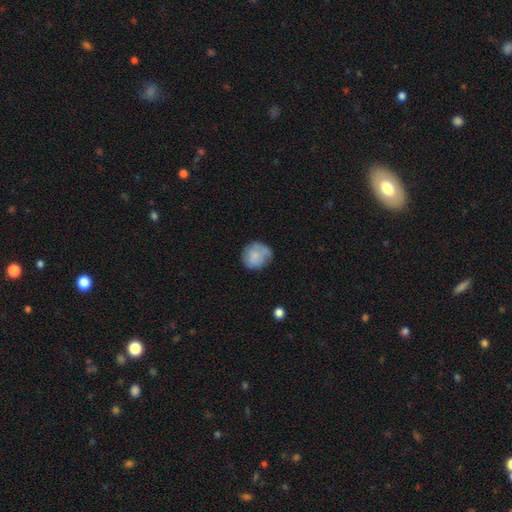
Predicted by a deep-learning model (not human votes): Smooth or featured? smooth (71%)
How rounded? round (79%)
Merging? none (58%)